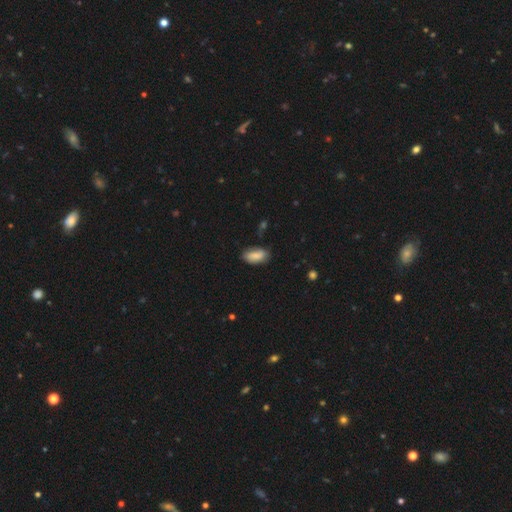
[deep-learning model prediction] Morphology: type=smooth (81%); roundness=in between (91%); merging=none (70%).